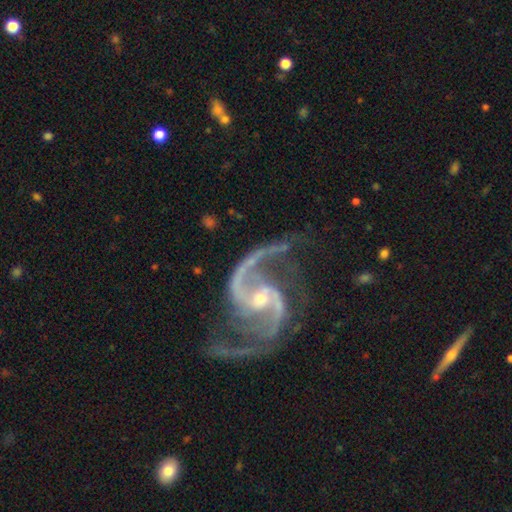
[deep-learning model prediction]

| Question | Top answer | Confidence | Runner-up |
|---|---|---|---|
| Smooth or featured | featured or disk | 94% | star or artifact (4%) |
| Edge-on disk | no | 98% | yes (2%) |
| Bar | weak | 43% | no (30%) |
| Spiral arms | yes | 99% | no (1%) |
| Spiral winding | medium | 58% | loose (30%) |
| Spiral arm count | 2 | 94% | 3 (2%) |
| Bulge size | small | 57% | moderate (38%) |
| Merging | none | 71% | minor disturbance (17%) |